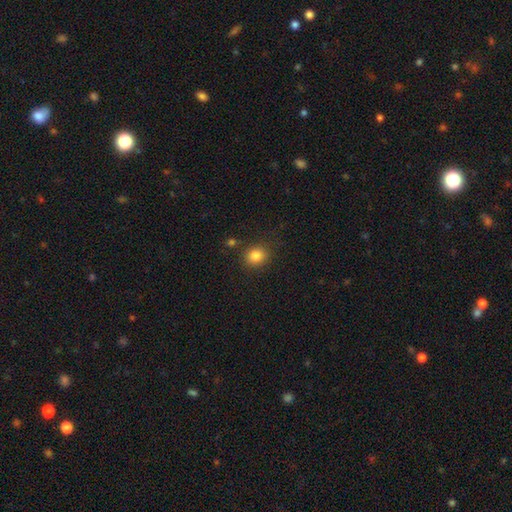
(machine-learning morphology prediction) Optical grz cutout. It shows a smooth galaxy with no disk features (83%) that is round (76%). Merging: none (84%).